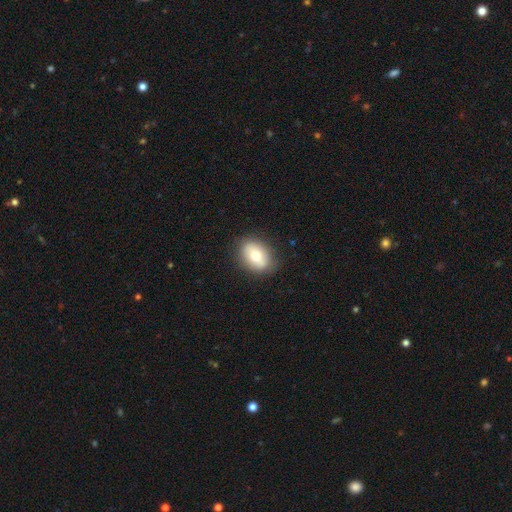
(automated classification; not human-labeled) This appears to be a smooth galaxy with no disk features (68%) that is in between round and cigar-shaped (75%). Merging: none (84%).